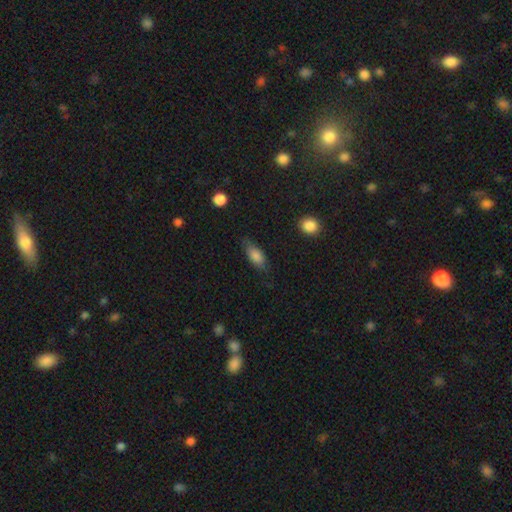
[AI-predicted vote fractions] Smooth or featured?
  - smooth: 81% *
  - featured or disk: 12%
  - star or artifact: 7%
How rounded?
  - in between: 79% *
  - cigar-shaped: 17%
  - round: 4%
Merging?
  - none: 72% *
  - minor disturbance: 20%
  - major disturbance: 6%
  - merger: 2%